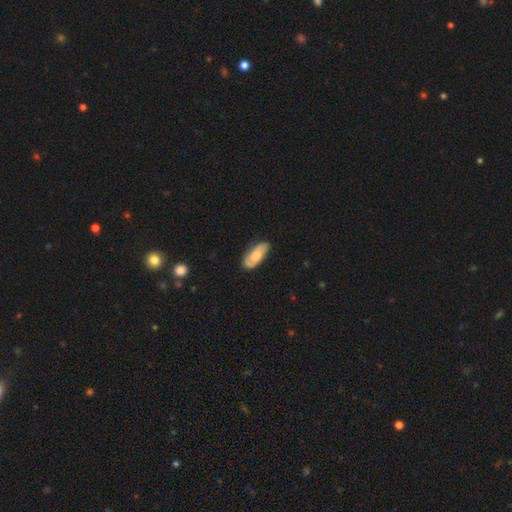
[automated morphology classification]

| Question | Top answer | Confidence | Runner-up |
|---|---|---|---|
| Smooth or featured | smooth | 55% | featured or disk (39%) |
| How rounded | in between | 83% | cigar-shaped (15%) |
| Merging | none | 80% | minor disturbance (15%) |